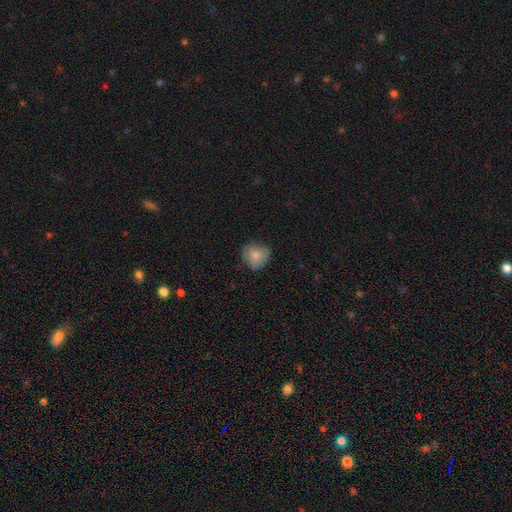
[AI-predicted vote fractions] Smooth or featured? smooth (77%)
How rounded? round (79%)
Merging? none (66%)